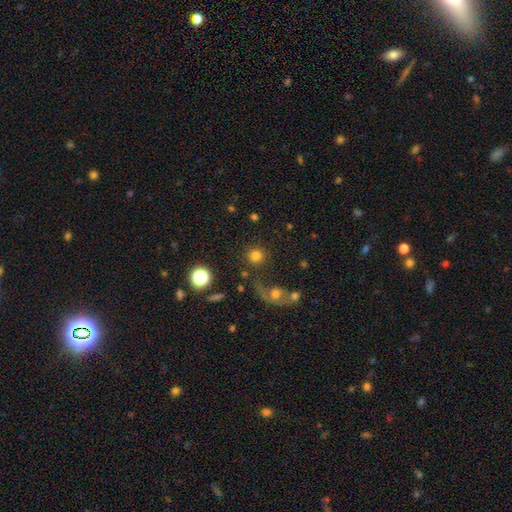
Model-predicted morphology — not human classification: Smooth or featured: smooth — 78% (star or artifact — 14%)
How rounded: round — 92% (in between — 7%)
Merging: none — 74% (merger — 11%)